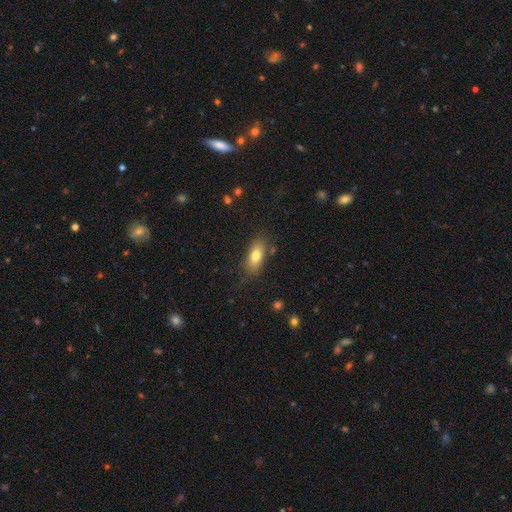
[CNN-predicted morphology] type=smooth (76%); roundness=in between (81%); merging=none (79%).